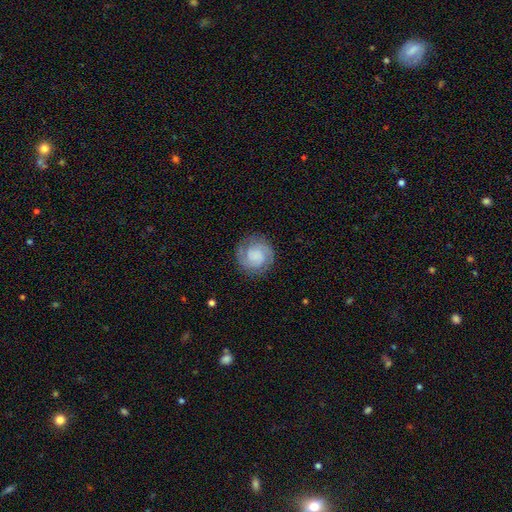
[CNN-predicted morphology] Smooth or featured? Predicted: featured or disk (p=0.70). Edge-on disk? Predicted: no (p=0.98). Bar? Predicted: no (p=0.61). Spiral arms? Predicted: yes (p=0.95). Spiral winding? Predicted: tight (p=0.55). Spiral arm count? Predicted: 2 (p=0.65). Bulge size? Predicted: none (p=0.46). Merging? Predicted: none (p=0.82).